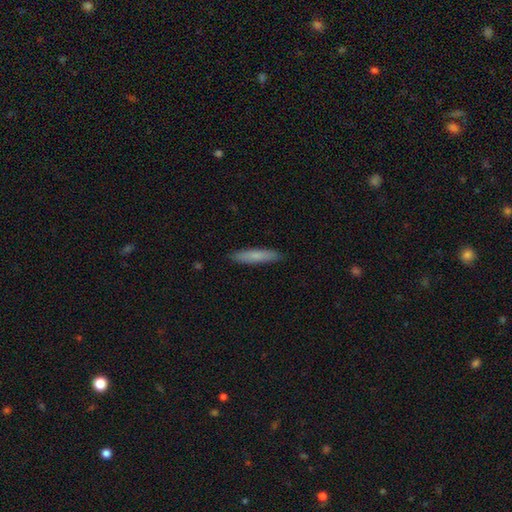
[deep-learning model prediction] Overall: smooth (75%). How rounded: cigar-shaped (89%). Merging: none (90%).